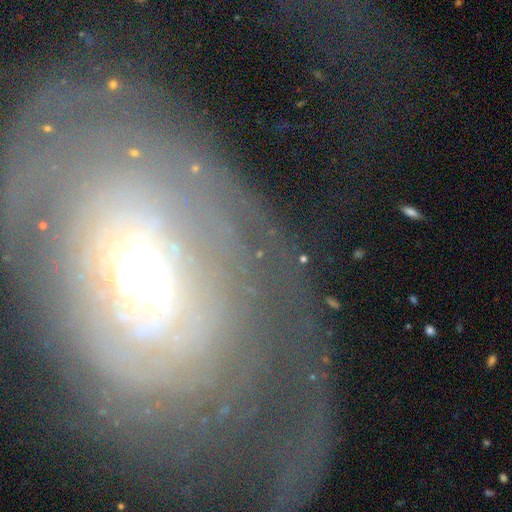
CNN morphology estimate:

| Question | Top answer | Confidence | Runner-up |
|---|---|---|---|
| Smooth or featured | featured or disk | 75% | smooth (16%) |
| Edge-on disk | no | 95% | yes (5%) |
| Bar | no | 74% | weak (18%) |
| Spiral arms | yes | 66% | no (34%) |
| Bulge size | moderate | 62% | small (17%) |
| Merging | none | 46% | major disturbance (35%) |